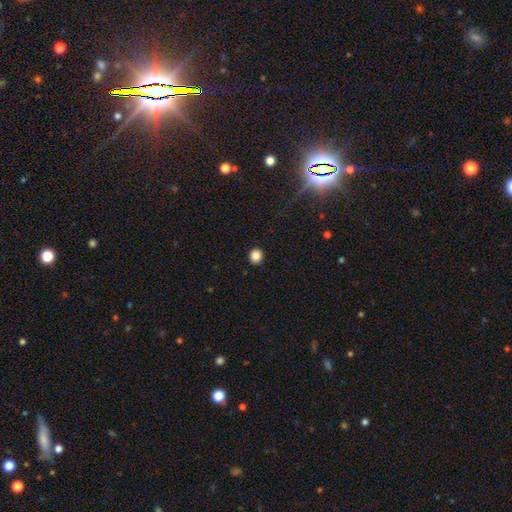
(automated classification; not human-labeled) A smooth galaxy with no disk features (85%) that is round (85%).

Vote fractions:
- Smooth or featured? smooth: 85% / star or artifact: 11% / featured or disk: 4%
- How rounded? round: 85% / in between: 14% / cigar-shaped: 1%
- Merging? none: 92% / minor disturbance: 5% / major disturbance: 2% / merger: 1%